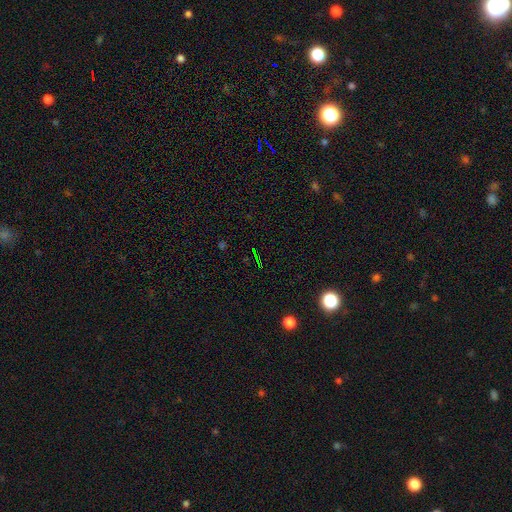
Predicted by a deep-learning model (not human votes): Smooth or featured?
  - star or artifact: 73% *
  - smooth: 16%
  - featured or disk: 11%